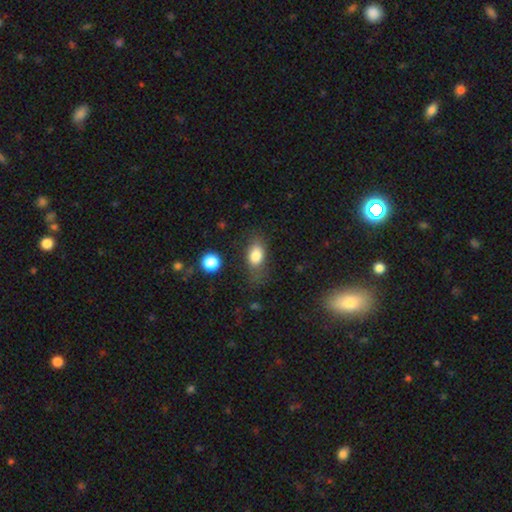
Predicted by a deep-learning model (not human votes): Smooth or featured? Predicted: smooth (p=0.81). How rounded? Predicted: in between (p=0.84). Merging? Predicted: none (p=0.61).